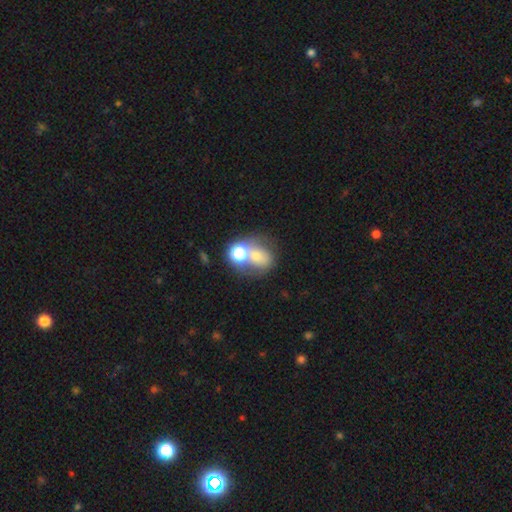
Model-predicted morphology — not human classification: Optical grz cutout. It shows a smooth galaxy with no disk features (61%) that is round (59%). Merging: merger (46%).